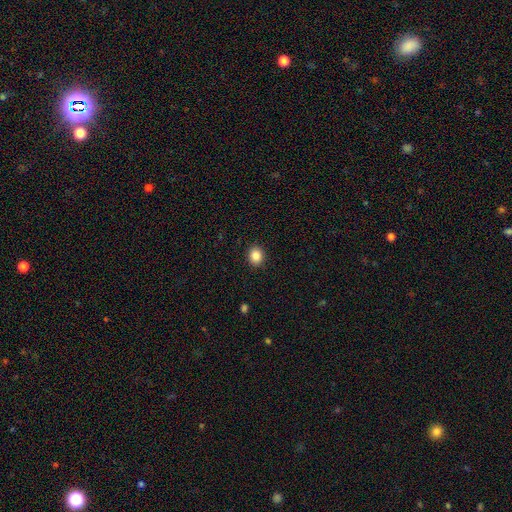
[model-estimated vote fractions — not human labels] Overall: smooth (86%). How rounded: round (63%; in between 36%). Merging: none (91%).